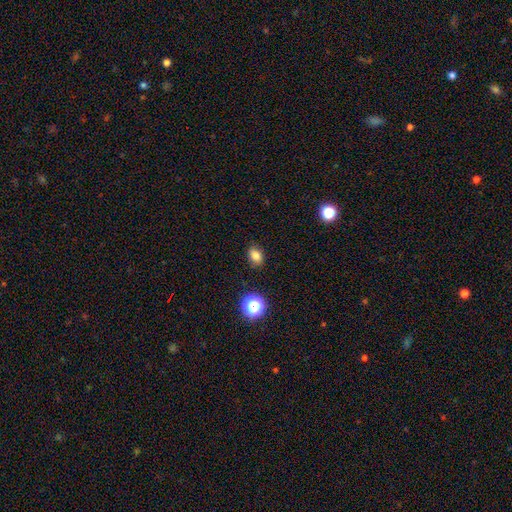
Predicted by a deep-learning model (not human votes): Smooth or featured? Predicted: smooth (p=0.79). How rounded? Predicted: in between (p=0.71). Merging? Predicted: none (p=0.85).